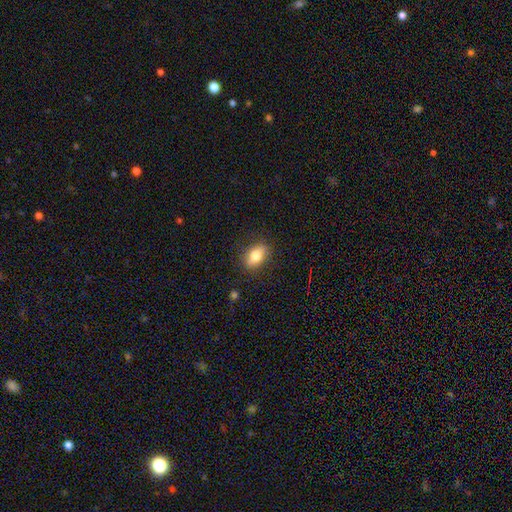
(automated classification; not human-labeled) The model was most divided on "smooth or featured": smooth: 75%, featured or disk: 17%, star or artifact: 8%. More confident: merging — none (84%); how rounded — in between (83%).